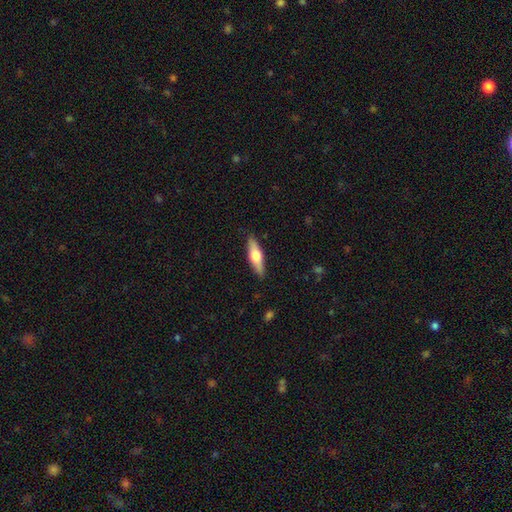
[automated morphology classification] featured or disk 49%, smooth 46%, star or artifact 5%. Down the decision tree: merging — none (88%).